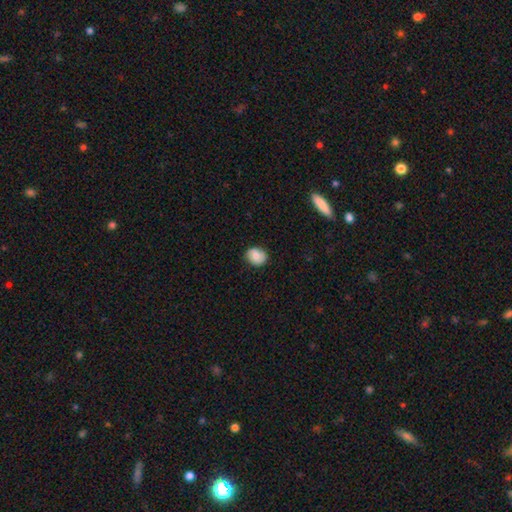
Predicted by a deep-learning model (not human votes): This appears to be a smooth galaxy with no disk features (79%) that is round (59%). Merging: none (83%).